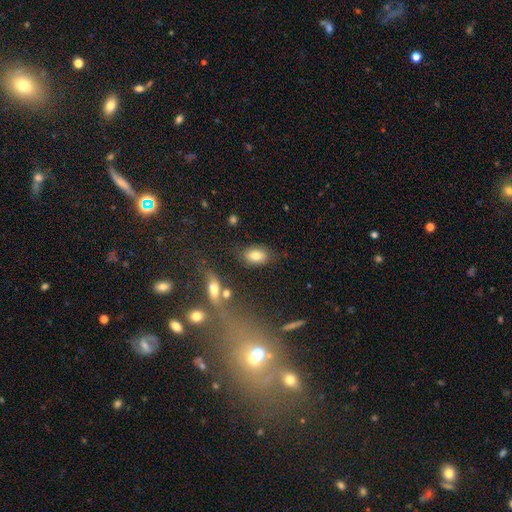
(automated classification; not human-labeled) A smooth galaxy with no disk features (80%) that is in between round and cigar-shaped (87%).

Vote fractions:
- Smooth or featured? smooth: 80% / featured or disk: 11% / star or artifact: 9%
- How rounded? in between: 87% / round: 11% / cigar-shaped: 2%
- Merging? none: 78% / minor disturbance: 13% / merger: 5% / major disturbance: 5%